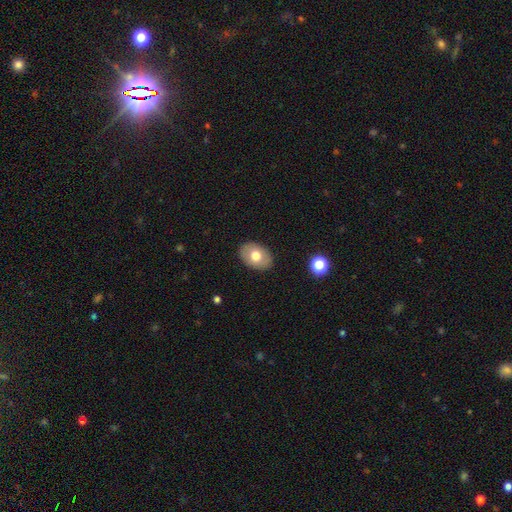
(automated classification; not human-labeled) smooth-or-featured: smooth: 72% | featured or disk: 21% | star or artifact: 7%
  how-rounded: in between: 78% | round: 21% | cigar-shaped: 1%
  merging: none: 88% | minor disturbance: 9% | major disturbance: 2% | merger: 1%